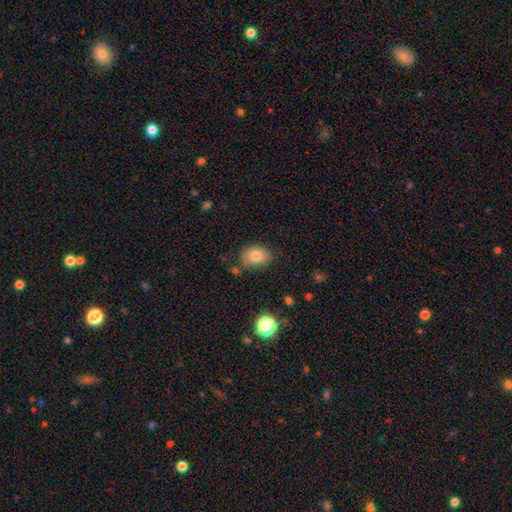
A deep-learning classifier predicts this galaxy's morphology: Smooth or featured: smooth — 82% (featured or disk — 9%)
How rounded: in between — 72% (round — 27%)
Merging: none — 74% (minor disturbance — 18%)